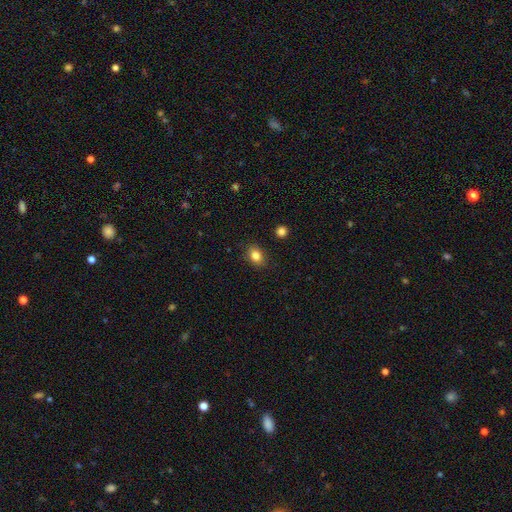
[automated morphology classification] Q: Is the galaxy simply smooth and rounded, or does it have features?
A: smooth — 84%.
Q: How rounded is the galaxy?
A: in between — 65%.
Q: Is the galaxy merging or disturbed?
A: none — 86%.